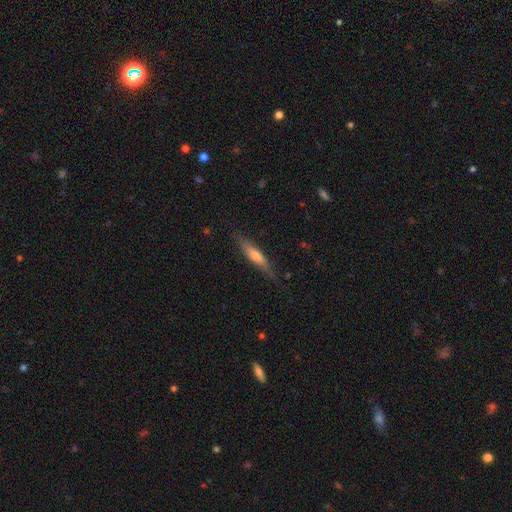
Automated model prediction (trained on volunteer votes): Q: Smooth or featured?
A: smooth (57%); runner-up: featured or disk (37%)
Q: How rounded?
A: cigar-shaped (82%); runner-up: in between (16%)
Q: Merging?
A: none (80%); runner-up: minor disturbance (16%)